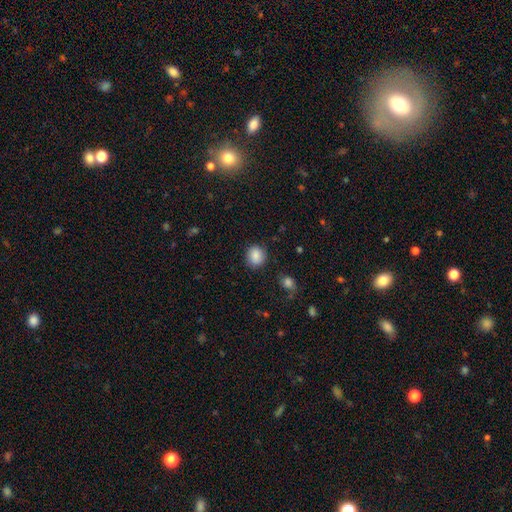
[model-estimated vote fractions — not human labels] This appears to be a smooth galaxy with no disk features (87%) that is round (72%). Merging: none (86%).